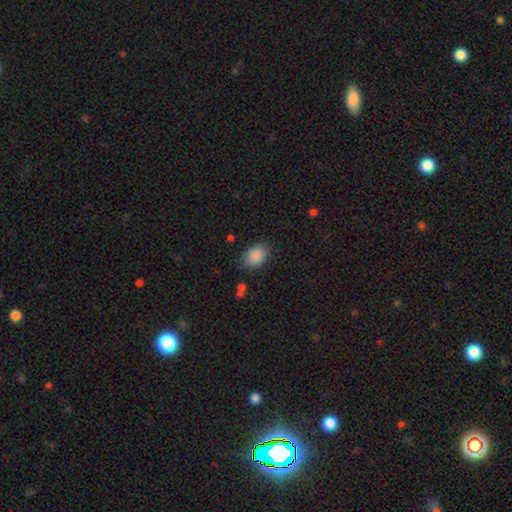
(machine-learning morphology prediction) smooth_or_featured: smooth (p=0.88) [alt: star or artifact p=0.08]
how_rounded: in between (p=0.78) [alt: round p=0.21]
merging: none (p=0.79) [alt: minor disturbance p=0.15]